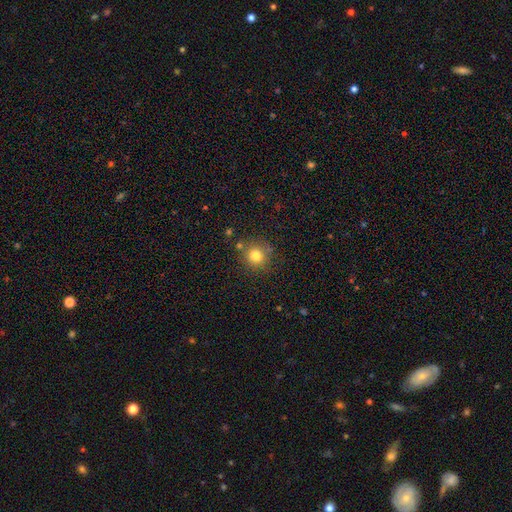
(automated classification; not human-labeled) The model was most divided on "smooth or featured": smooth: 78%, star or artifact: 14%, featured or disk: 8%. More confident: how rounded — round (93%); merging — none (81%).